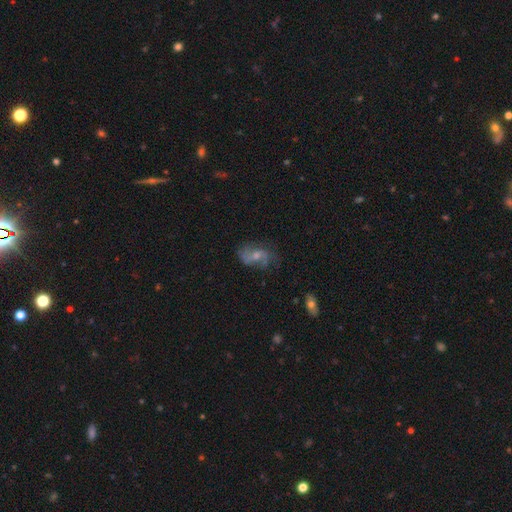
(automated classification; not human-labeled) This appears to be a featured or disk galaxy (70%) with no bar (49%), 2 (72%) loose (56%) spiral arms (87%) and a small central bulge (44%). Merging: none (59%).